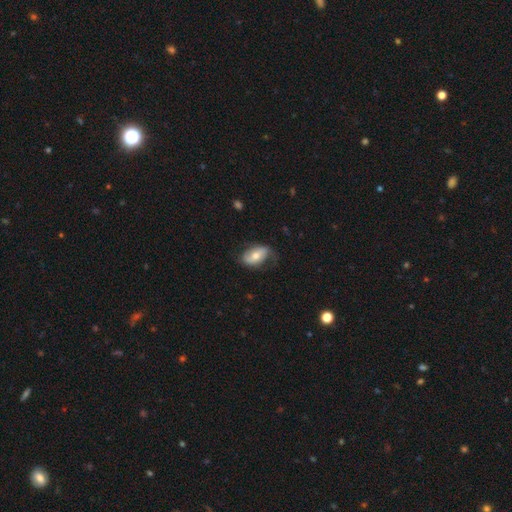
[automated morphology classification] smooth-or-featured: smooth: 52% | featured or disk: 41% | star or artifact: 7%
  how-rounded: in between: 89% | round: 9% | cigar-shaped: 2%
  merging: none: 62% | minor disturbance: 27% | major disturbance: 10% | merger: 1%